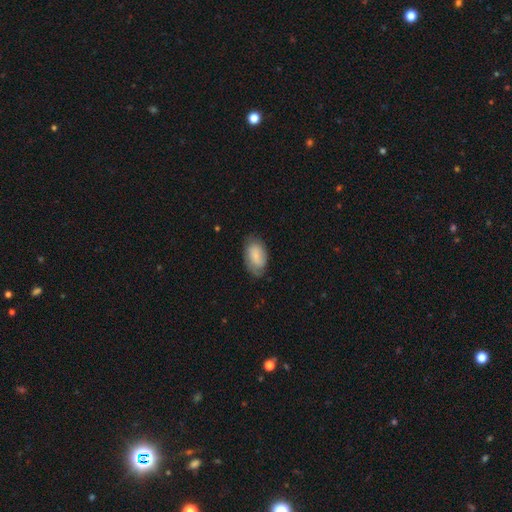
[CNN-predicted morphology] This appears to be a smooth galaxy with no disk features (67%) that is in between round and cigar-shaped (93%). Merging: none (68%).